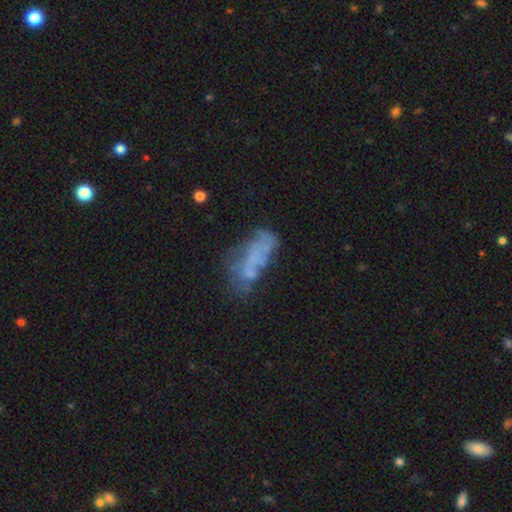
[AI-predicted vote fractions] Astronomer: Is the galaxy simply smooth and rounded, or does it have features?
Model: smooth — 44% (runner-up: featured or disk, 41%).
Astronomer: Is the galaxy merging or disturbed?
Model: none — 34% (runner-up: major disturbance, 28%).